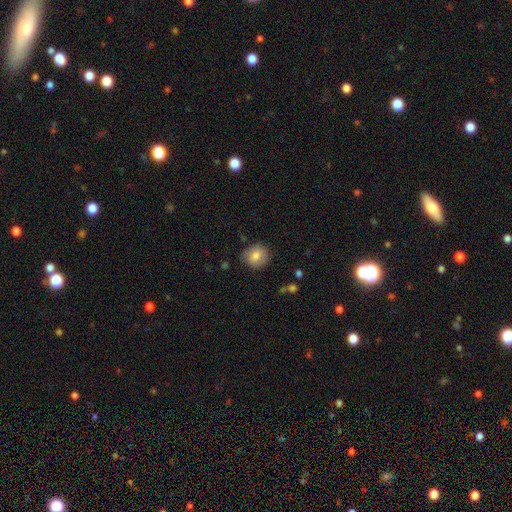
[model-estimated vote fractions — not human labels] This appears to be a smooth galaxy with no disk features (78%) that is round (79%). Merging: none (80%).